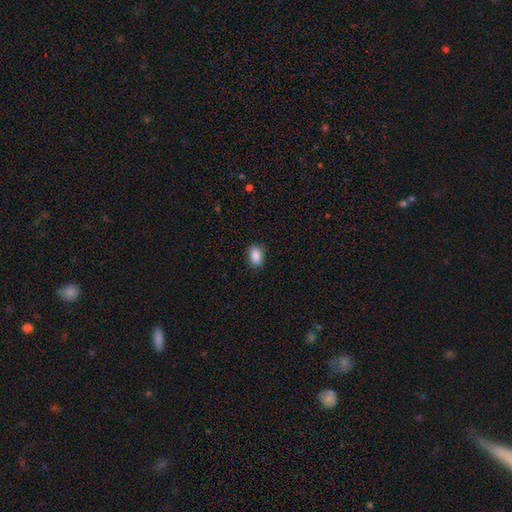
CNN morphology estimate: smooth 89%, star or artifact 8%, featured or disk 4%. Down the decision tree: how rounded — in between (89%); merging — none (86%).